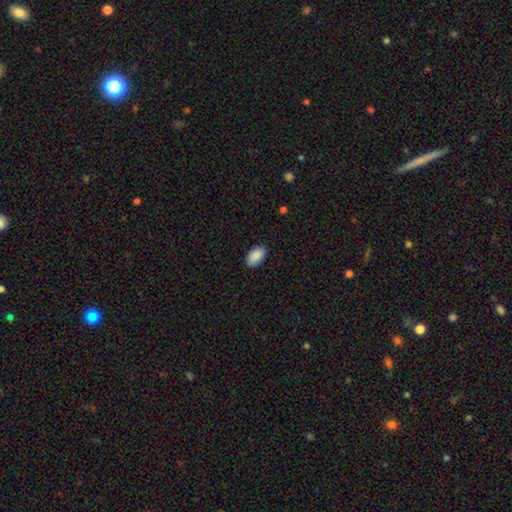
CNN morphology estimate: smooth-or-featured: smooth: 90% | star or artifact: 6% | featured or disk: 3%
  how-rounded: in between: 95% | round: 3% | cigar-shaped: 2%
  merging: none: 87% | minor disturbance: 10% | major disturbance: 2% | merger: 1%